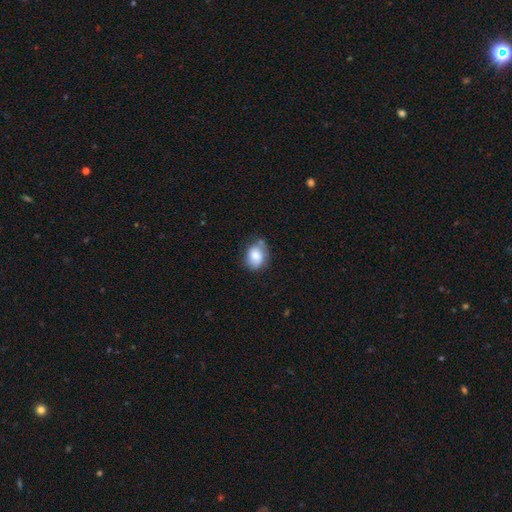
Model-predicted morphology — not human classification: smooth-or-featured: smooth: 76% | featured or disk: 16% | star or artifact: 8%
  how-rounded: in between: 53% | round: 46% | cigar-shaped: 1%
  merging: none: 56% | minor disturbance: 29% | merger: 8% | major disturbance: 7%